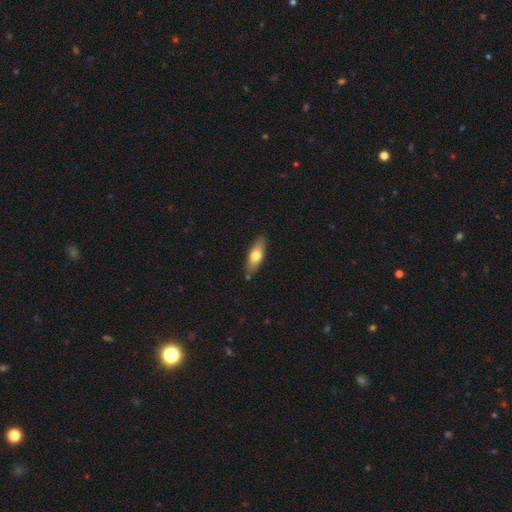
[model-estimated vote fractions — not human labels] Q: Smooth or featured?
A: smooth (66%); runner-up: featured or disk (28%)
Q: How rounded?
A: in between (64%); runner-up: cigar-shaped (33%)
Q: Merging?
A: none (83%); runner-up: minor disturbance (12%)